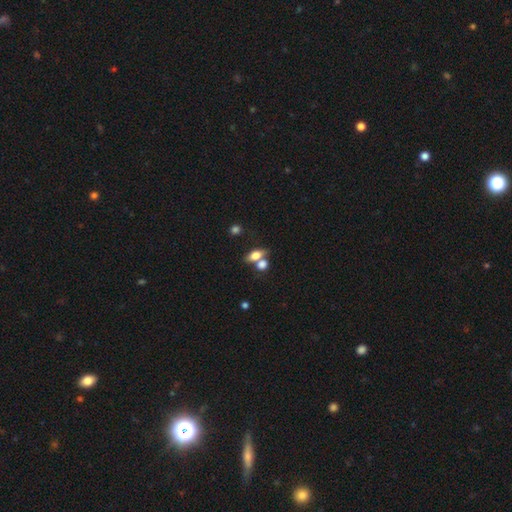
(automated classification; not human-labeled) smooth-or-featured: smooth: 71% | featured or disk: 18% | star or artifact: 11%
  how-rounded: in between: 76% | round: 14% | cigar-shaped: 10%
  merging: none: 44% | merger: 41% | minor disturbance: 11% | major disturbance: 5%